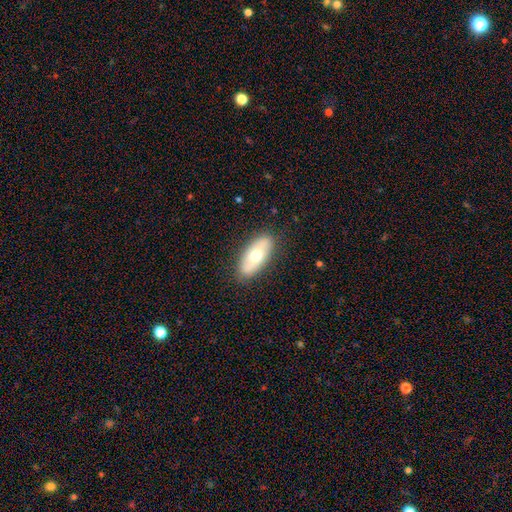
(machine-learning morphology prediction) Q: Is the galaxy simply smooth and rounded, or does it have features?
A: smooth — 59%.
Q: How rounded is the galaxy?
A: in between — 85%.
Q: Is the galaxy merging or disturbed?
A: none — 85%.